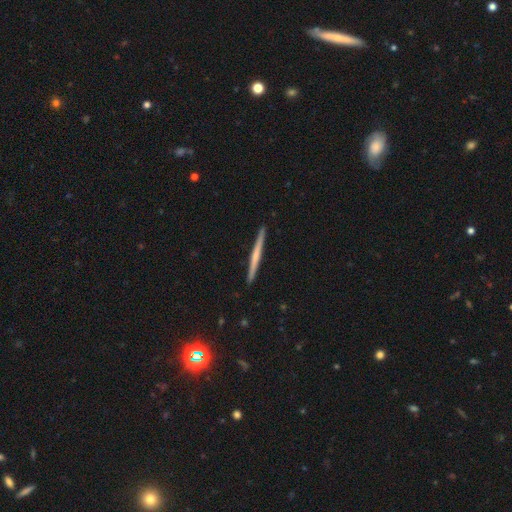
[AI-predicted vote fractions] Smooth or featured?
  - featured or disk: 56% *
  - smooth: 39%
  - star or artifact: 5%
Edge-on disk?
  - yes: 98% *
  - no: 2%
Edge-on bulge?
  - none: 66% *
  - rounded: 25%
  - boxy: 9%
Merging?
  - none: 92% *
  - minor disturbance: 5%
  - major disturbance: 1%
  - merger: 1%